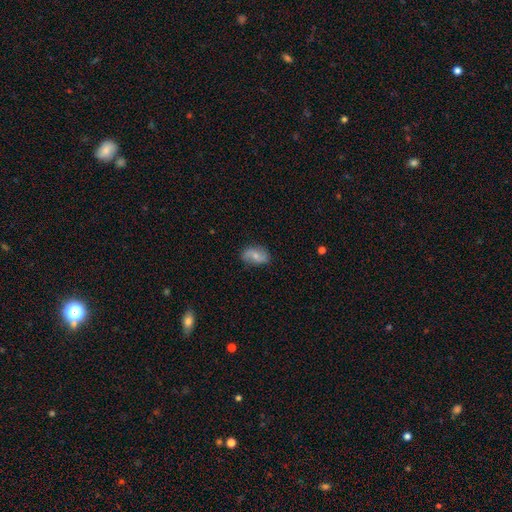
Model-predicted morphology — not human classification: This appears to be a featured or disk galaxy (48%). Merging: none (77%).